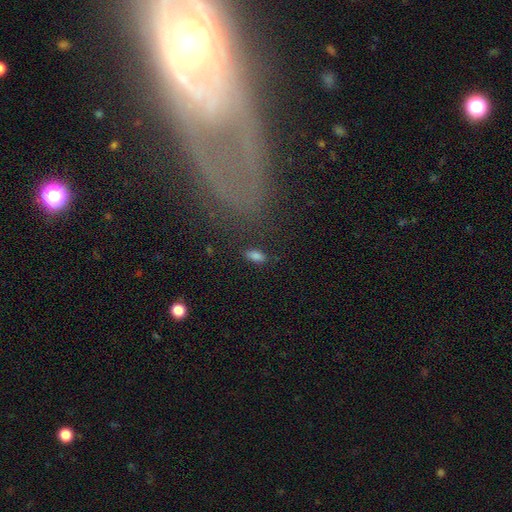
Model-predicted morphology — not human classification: Overall: smooth (83%). How rounded: in between (88%). Merging: none (83%).